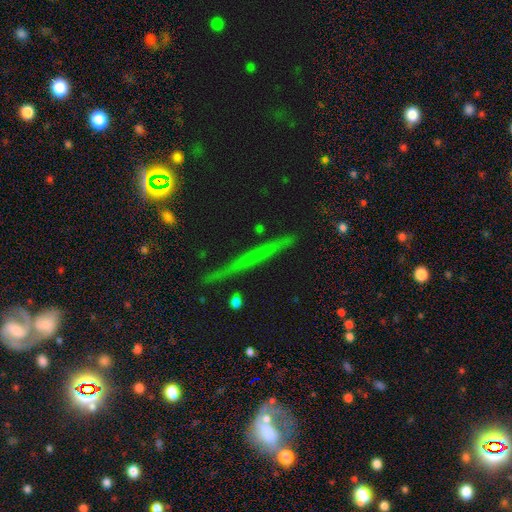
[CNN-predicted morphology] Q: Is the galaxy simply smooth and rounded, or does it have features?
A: featured or disk — 43%.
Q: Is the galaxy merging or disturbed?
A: none — 83%.